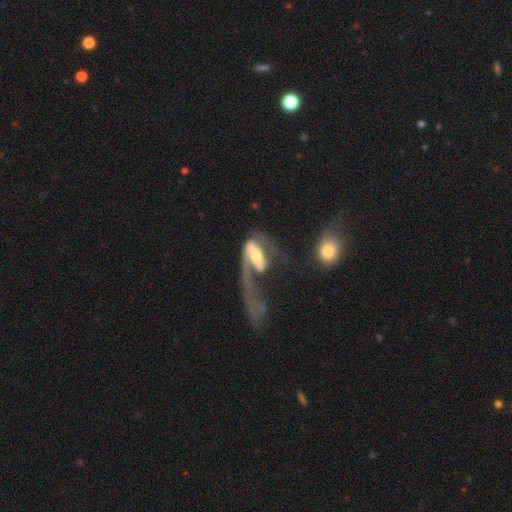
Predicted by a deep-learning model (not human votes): A featured or disk galaxy (72%) with a strong bar (37%), 1 (68%) loose (63%) spiral arms (77%) and a moderate central bulge (49%).

Vote fractions:
- Smooth or featured? featured or disk: 72% / smooth: 22% / star or artifact: 6%
- Edge-on disk? no: 91% / yes: 9%
- Bar? strong: 37% / no: 32% / weak: 31%
- Spiral arms? yes: 77% / no: 23%
- Spiral winding? loose: 63% / medium: 25% / tight: 13%
- Spiral arm count? 1: 68% / 2: 23% / can't tell: 6% / 3: 1% / 4: 1% / more than 4: 1%
- Bulge size? moderate: 49% / small: 22% / large: 20% / none: 6% / dominant: 3%
- Merging? major disturbance: 62% / none: 15% / merger: 14% / minor disturbance: 8%